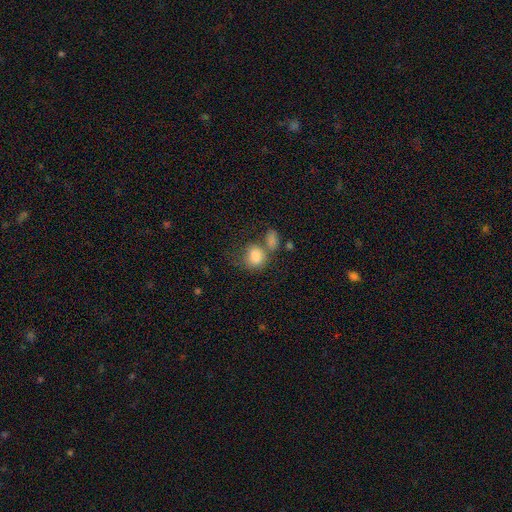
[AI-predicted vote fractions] Smooth or featured? smooth (82%)
How rounded? round (50%)
Merging? merger (37%)